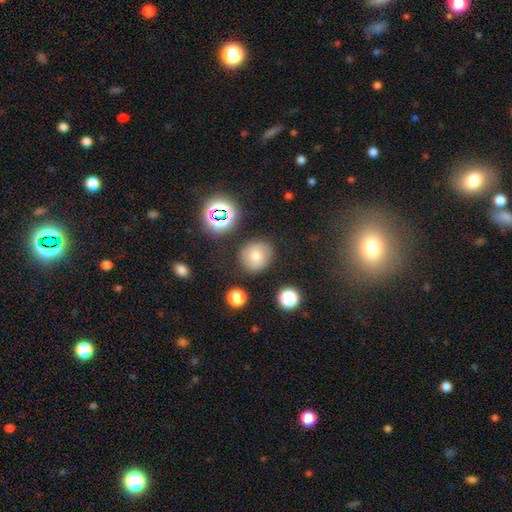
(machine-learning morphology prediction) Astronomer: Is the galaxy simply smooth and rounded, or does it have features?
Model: smooth — 66%.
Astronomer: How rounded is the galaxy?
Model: round — 82%.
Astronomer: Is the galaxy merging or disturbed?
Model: none — 84%.